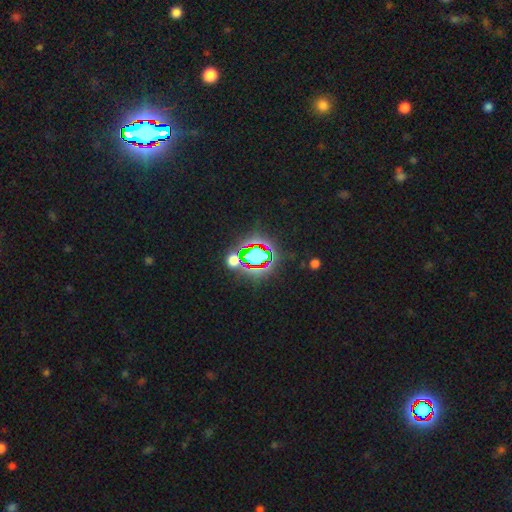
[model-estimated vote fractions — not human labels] Smooth or featured? Predicted: star or artifact (p=0.68).